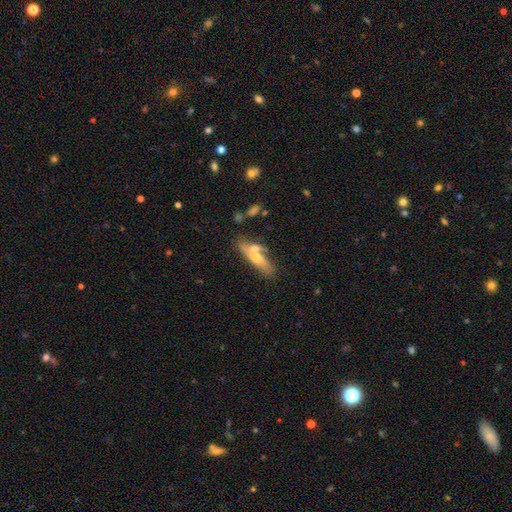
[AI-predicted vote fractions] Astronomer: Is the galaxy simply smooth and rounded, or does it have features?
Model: smooth — 54% (runner-up: featured or disk, 39%).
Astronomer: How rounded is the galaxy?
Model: cigar-shaped — 52% (runner-up: in between, 45%).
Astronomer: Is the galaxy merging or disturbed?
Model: none — 39% (runner-up: merger, 36%).